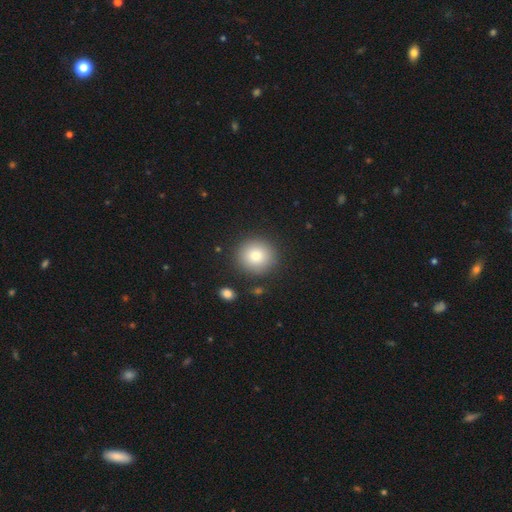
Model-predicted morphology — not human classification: Overall: smooth (82%). How rounded: round (91%). Merging: none (89%).